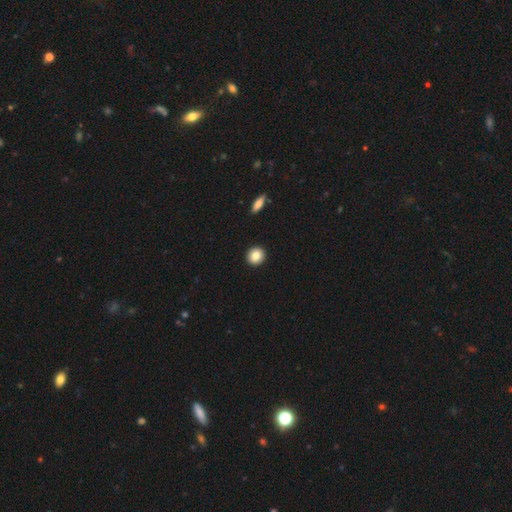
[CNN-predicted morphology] Smooth or featured? smooth (85%)
How rounded? round (89%)
Merging? none (93%)